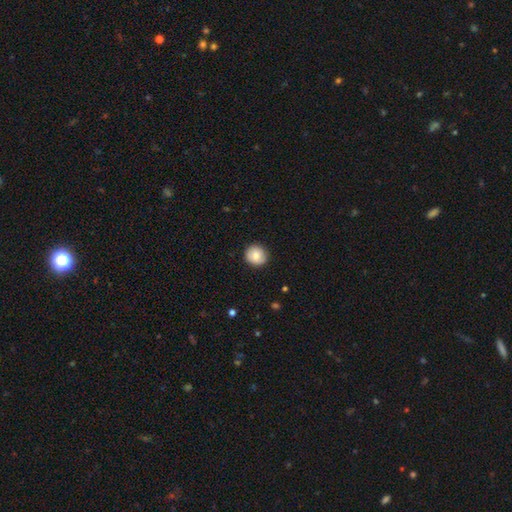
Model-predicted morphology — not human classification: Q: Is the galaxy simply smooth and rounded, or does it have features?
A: smooth — 79%.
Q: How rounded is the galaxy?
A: round — 89%.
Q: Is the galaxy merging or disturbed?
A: none — 87%.